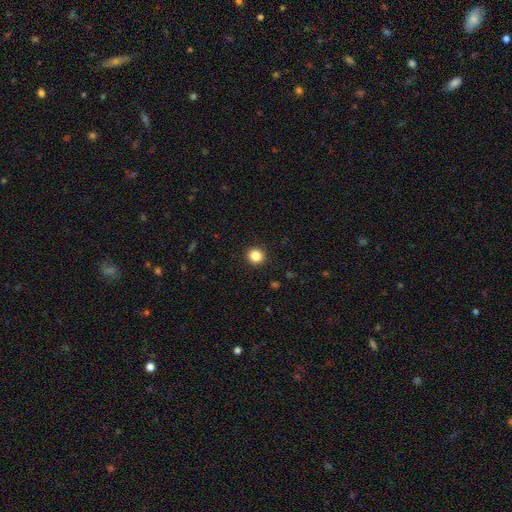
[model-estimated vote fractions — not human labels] A smooth galaxy with no disk features (85%) that is round (91%).

Vote fractions:
- Smooth or featured? smooth: 85% / star or artifact: 11% / featured or disk: 4%
- How rounded? round: 91% / in between: 8% / cigar-shaped: 1%
- Merging? none: 93% / minor disturbance: 5% / major disturbance: 2% / merger: 1%